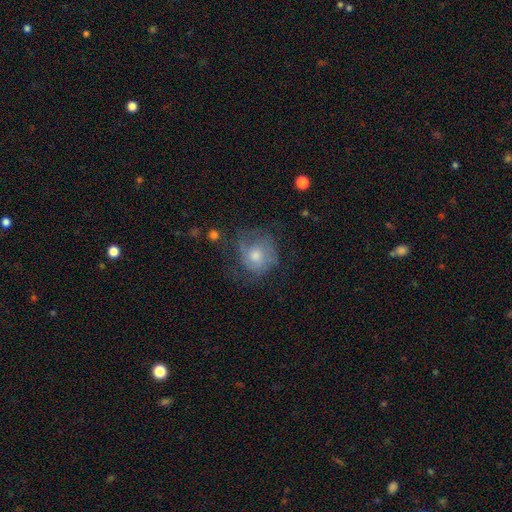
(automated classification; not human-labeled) Morphology: type=featured or disk (46%); merging=none (54%).